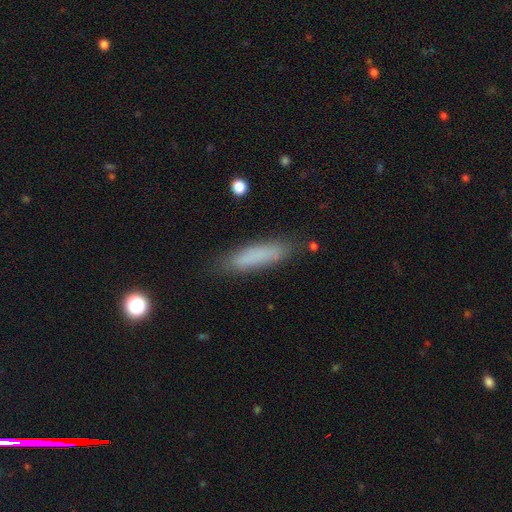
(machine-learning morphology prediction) A smooth galaxy with no disk features (80%) that is cigar-shaped (77%). Merging: none (83%).